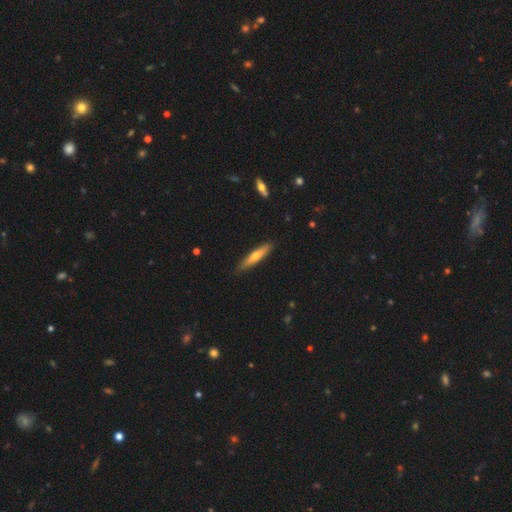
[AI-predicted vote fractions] Smooth or featured? smooth (54%)
How rounded? cigar-shaped (88%)
Merging? none (85%)